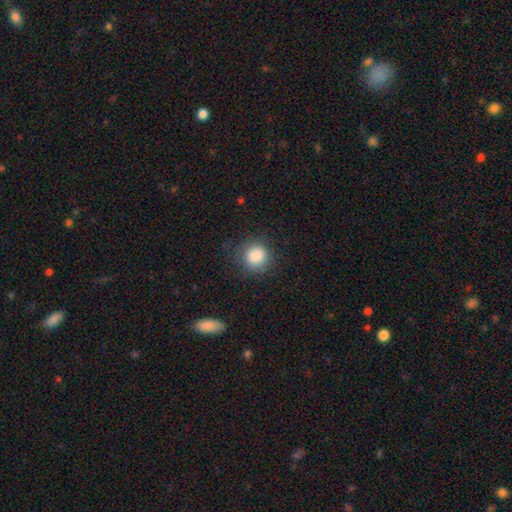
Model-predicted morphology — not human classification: This appears to be a smooth galaxy with no disk features (87%) that is round (87%). Merging: none (82%).